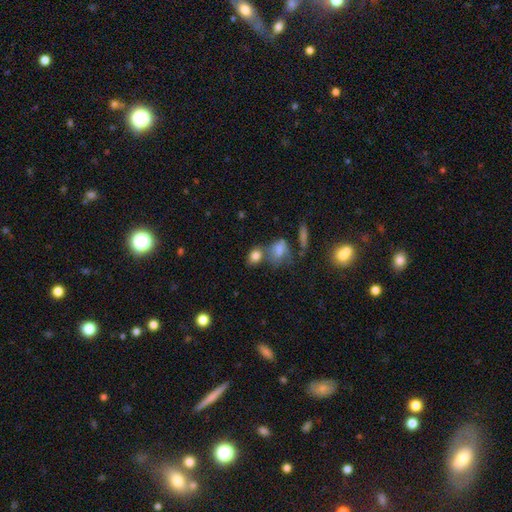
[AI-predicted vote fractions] Morphology: type=smooth (80%); roundness=in between (56%); merging=none (48%).